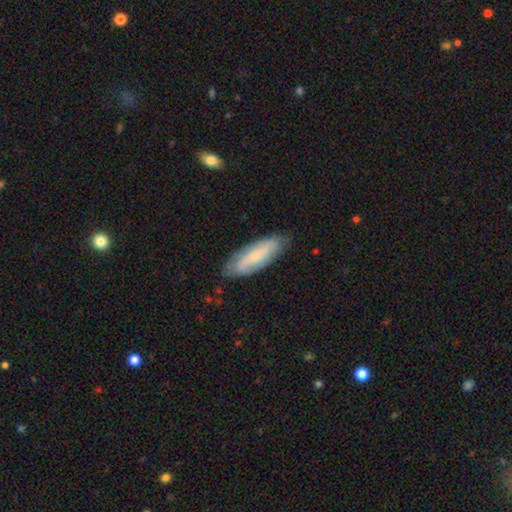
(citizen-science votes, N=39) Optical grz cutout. It shows a featured or disk galaxy (54%) with a strong bar (35%, tied with weak), 2 (81%) loose (56%) spiral arms (94%) and a small central bulge (71%). Merging: none (83%).